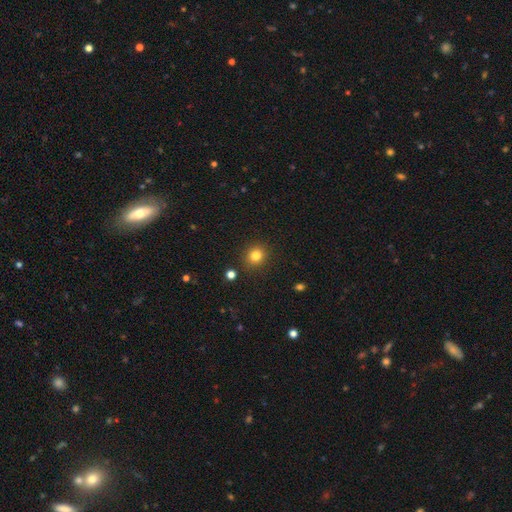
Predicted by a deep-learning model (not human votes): Smooth or featured? smooth (82%)
How rounded? round (80%)
Merging? none (89%)